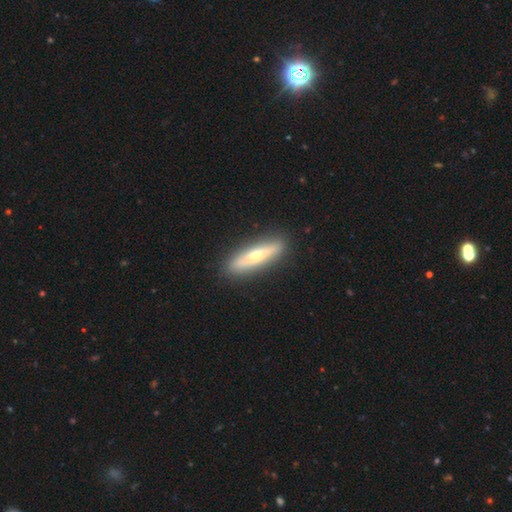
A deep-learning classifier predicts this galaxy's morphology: The model was most divided on "smooth or featured": featured or disk: 51%, smooth: 42%, star or artifact: 7%. More confident: merging — none (90%); edge-on disk — yes (83%).